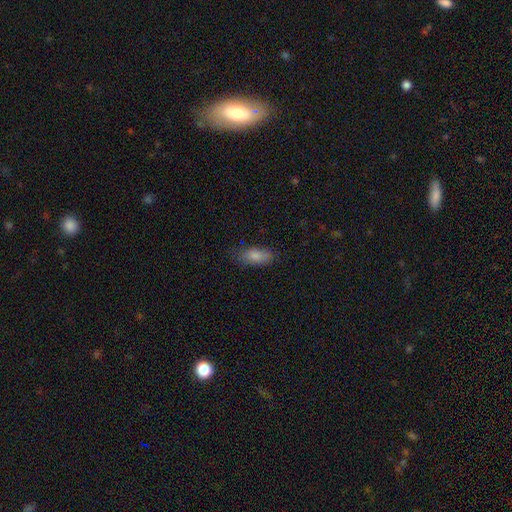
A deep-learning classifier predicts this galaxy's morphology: smooth_or_featured: smooth (p=0.85) [alt: featured or disk p=0.08]
how_rounded: in between (p=0.82) [alt: cigar-shaped p=0.16]
merging: none (p=0.76) [alt: minor disturbance p=0.18]